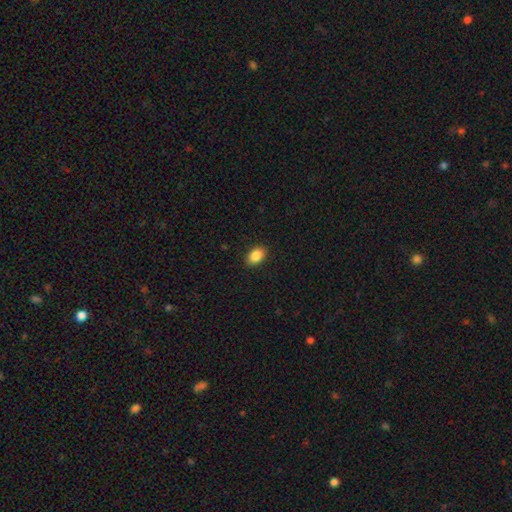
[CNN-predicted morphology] Smooth or featured?
  - smooth: 87% *
  - star or artifact: 8%
  - featured or disk: 5%
How rounded?
  - in between: 84% *
  - round: 15%
  - cigar-shaped: 1%
Merging?
  - none: 89% *
  - minor disturbance: 8%
  - major disturbance: 2%
  - merger: 1%